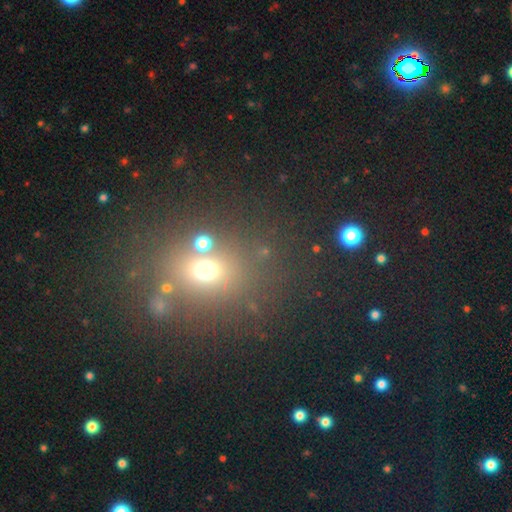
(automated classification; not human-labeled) Q: Smooth or featured?
A: smooth (46%); runner-up: star or artifact (43%)
Q: Merging?
A: none (75%); runner-up: minor disturbance (11%)